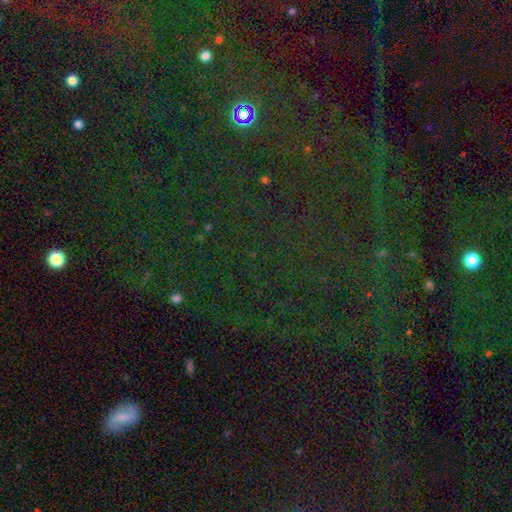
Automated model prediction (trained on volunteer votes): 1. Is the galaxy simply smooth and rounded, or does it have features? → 80% star or artifact, 12% smooth, 8% featured or disk.